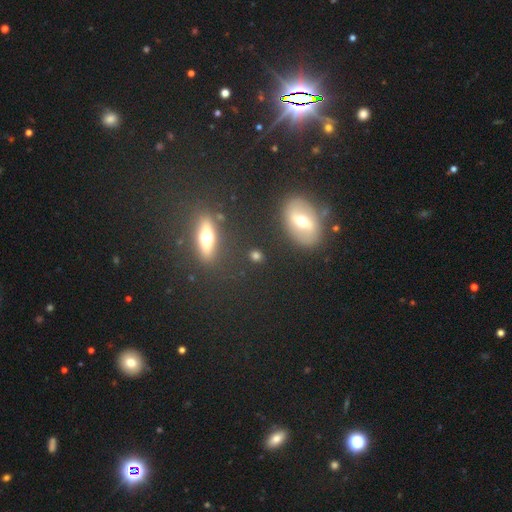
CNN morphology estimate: Q: Smooth or featured?
A: smooth (59%); runner-up: featured or disk (23%)
Q: How rounded?
A: round (50%); runner-up: in between (36%)
Q: Merging?
A: none (81%); runner-up: minor disturbance (10%)